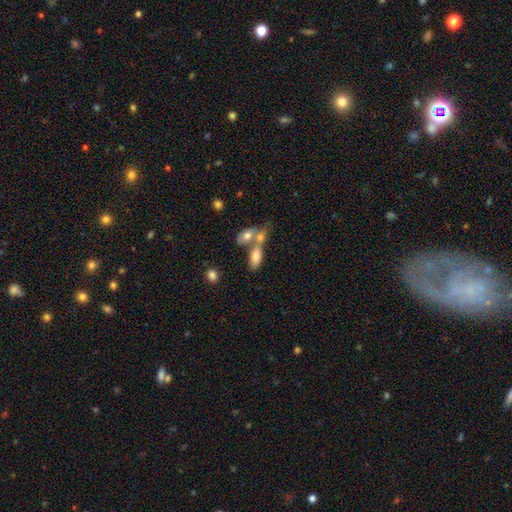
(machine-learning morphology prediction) smooth-or-featured: smooth: 73% | featured or disk: 18% | star or artifact: 8%
  how-rounded: in between: 82% | cigar-shaped: 14% | round: 4%
  merging: merger: 58% | none: 29% | minor disturbance: 9% | major disturbance: 5%